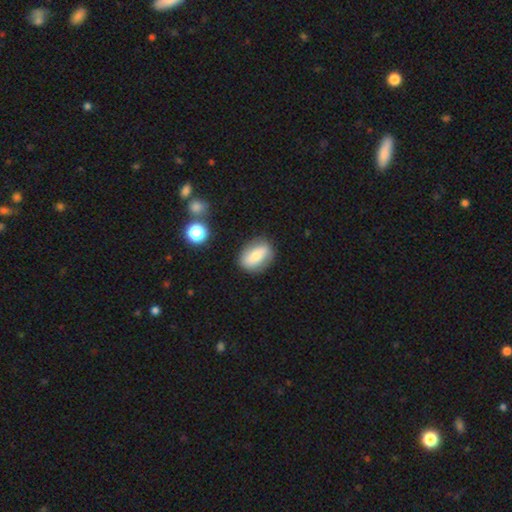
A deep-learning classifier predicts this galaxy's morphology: smooth 62%, featured or disk 30%, star or artifact 8%. Down the decision tree: how rounded — in between (73%); merging — none (81%).